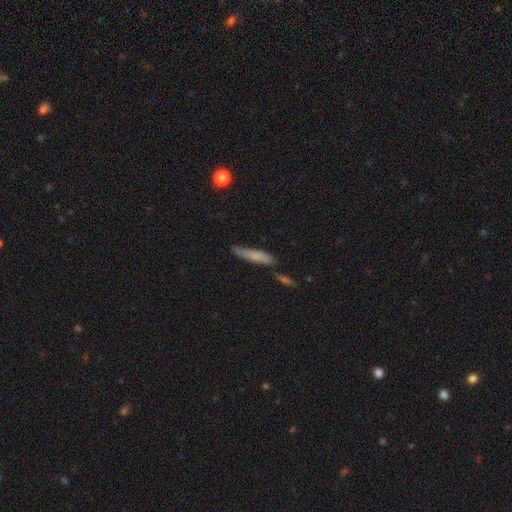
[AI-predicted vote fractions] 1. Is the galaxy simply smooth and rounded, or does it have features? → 69% smooth, 23% featured or disk, 8% star or artifact.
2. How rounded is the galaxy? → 84% cigar-shaped, 14% in between, 2% round.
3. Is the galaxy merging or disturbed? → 62% none, 20% minor disturbance, 12% merger, 6% major disturbance.